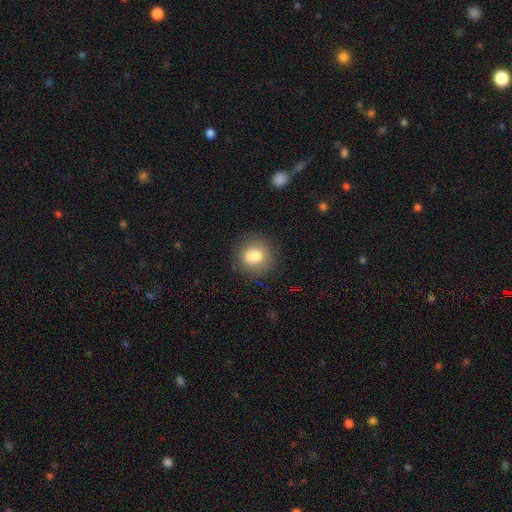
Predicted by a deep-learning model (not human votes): smooth-or-featured: smooth: 74% | featured or disk: 15% | star or artifact: 11%
  how-rounded: round: 88% | in between: 11% | cigar-shaped: 1%
  merging: none: 76% | minor disturbance: 14% | merger: 6% | major disturbance: 5%